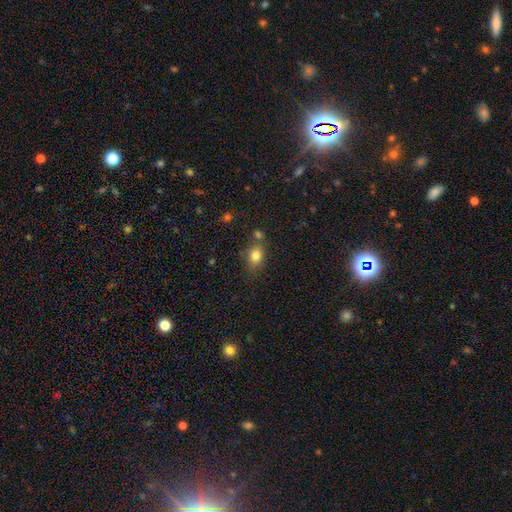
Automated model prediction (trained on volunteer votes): smooth_or_featured: smooth (p=0.81) [alt: star or artifact p=0.11]
how_rounded: in between (p=0.67) [alt: round p=0.31]
merging: none (p=0.62) [alt: minor disturbance p=0.18]